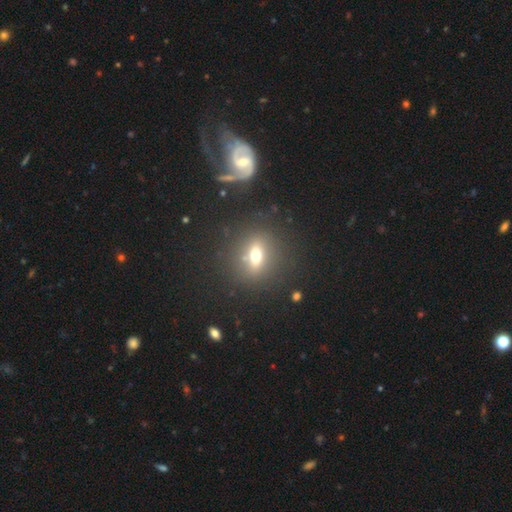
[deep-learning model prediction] The model was most divided on "how rounded": round: 52%, in between: 42%, cigar-shaped: 6%. More confident: merging — none (81%); smooth or featured — smooth (60%).